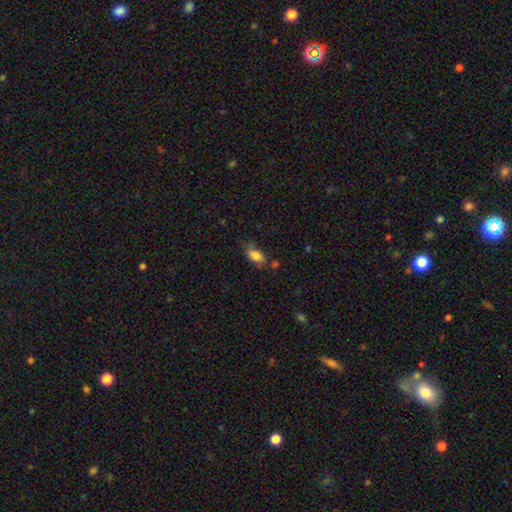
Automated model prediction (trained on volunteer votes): smooth 82%, featured or disk 10%, star or artifact 9%. Down the decision tree: how rounded — in between (87%); merging — none (57%).